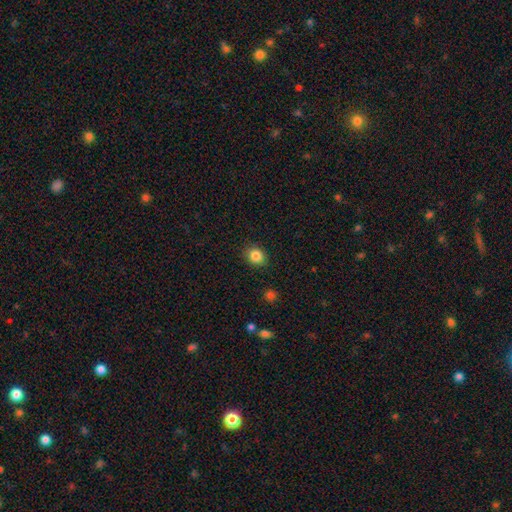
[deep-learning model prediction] A smooth galaxy with no disk features (84%) that is round (64%). Merging: none (89%).